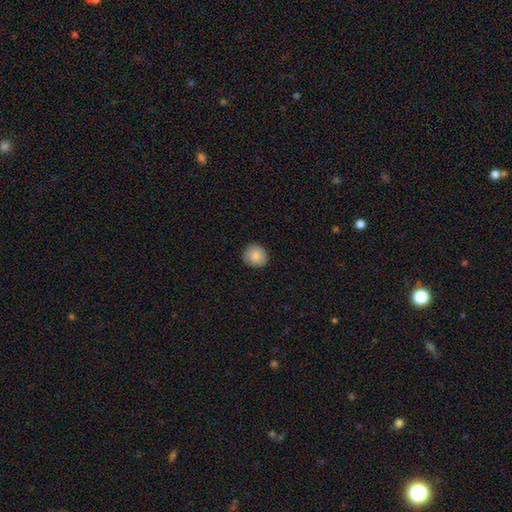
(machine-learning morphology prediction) This appears to be a smooth galaxy with no disk features (87%) that is round (88%). Merging: none (89%).